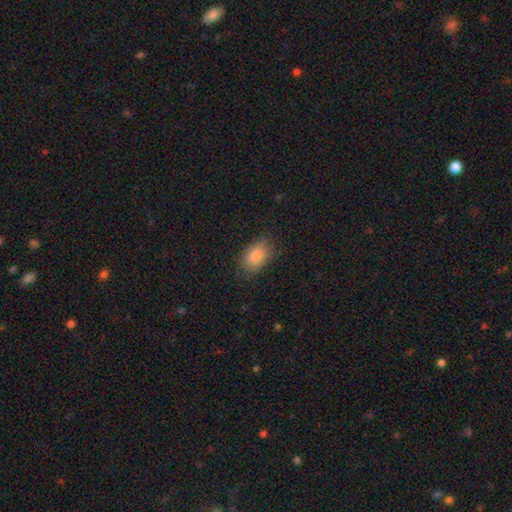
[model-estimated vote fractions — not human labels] Q: Smooth or featured?
A: smooth (85%); runner-up: star or artifact (8%)
Q: How rounded?
A: in between (85%); runner-up: round (13%)
Q: Merging?
A: none (80%); runner-up: minor disturbance (15%)